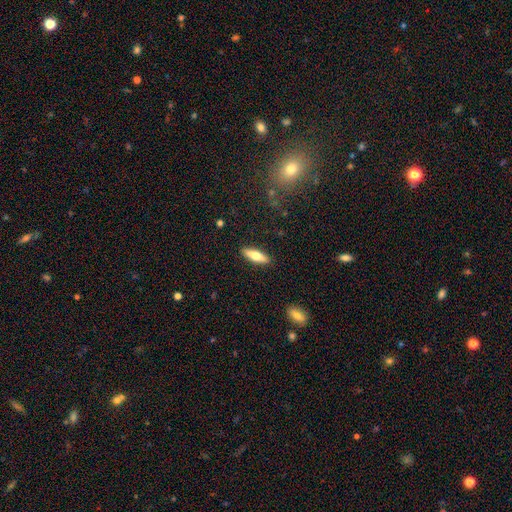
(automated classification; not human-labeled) Overall: smooth (62%; featured or disk 31%). How rounded: cigar-shaped (58%; in between 40%). Merging: none (90%).